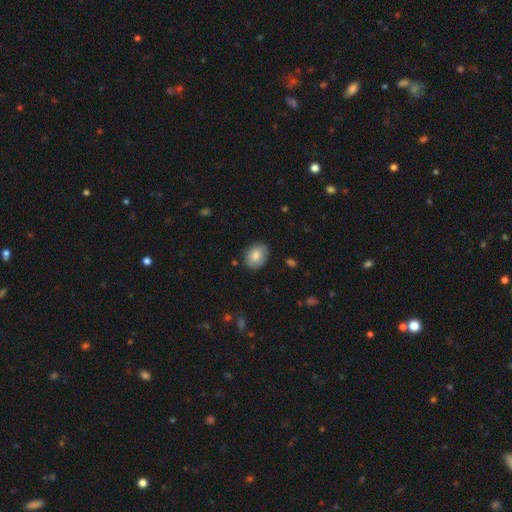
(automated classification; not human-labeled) Morphology: type=smooth (80%); roundness=in between (60%); merging=none (82%).